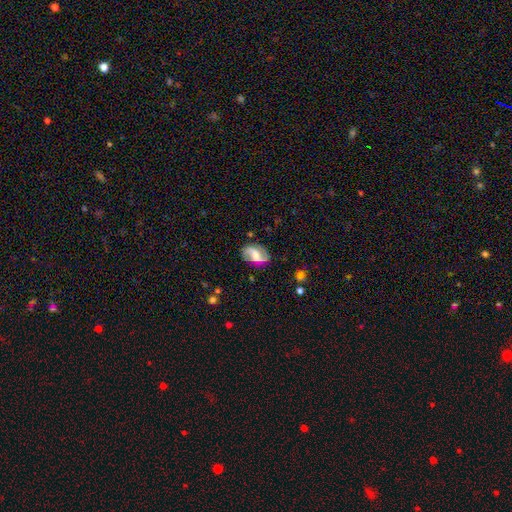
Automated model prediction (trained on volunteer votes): A featured or disk galaxy (77%) with a weak bar (46%), 2 (90%) loose (43%) spiral arms (94%) and a moderate central bulge (47%). Merging: none (80%).